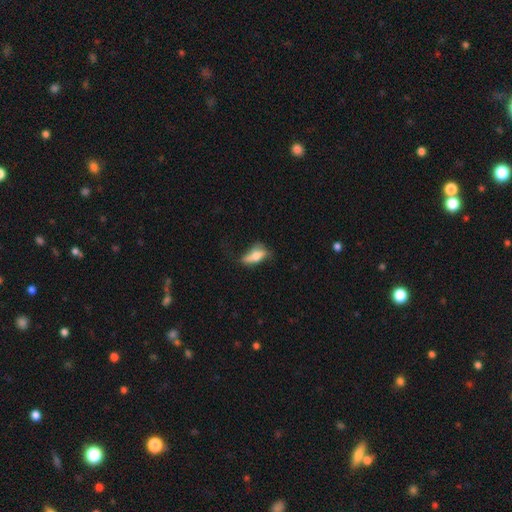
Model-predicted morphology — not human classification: This is likely a smooth galaxy (63%). How rounded: likely in between (75%). Merging: marginally none (39%).